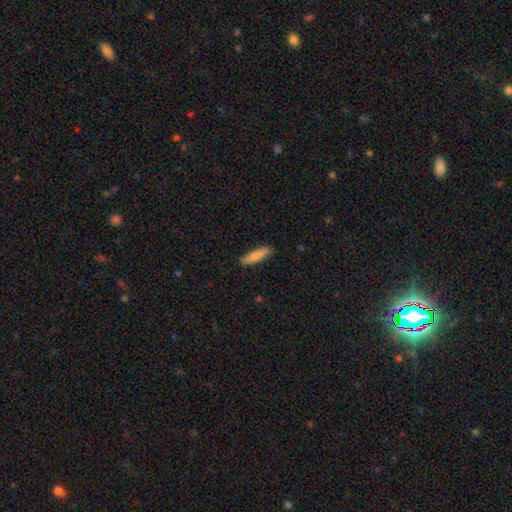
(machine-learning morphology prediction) This is likely a smooth galaxy (79%). How rounded: likely cigar-shaped (74%). Merging: clearly none (88%).